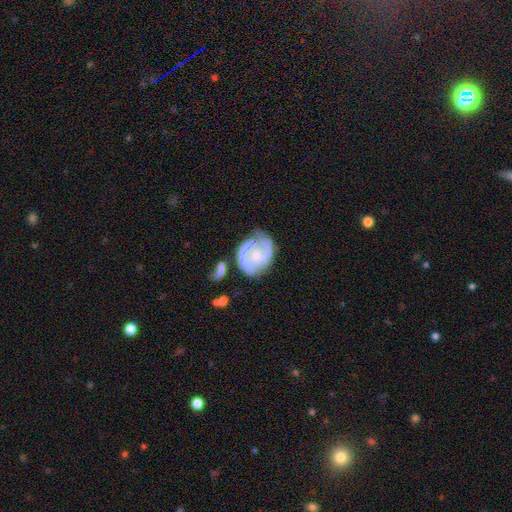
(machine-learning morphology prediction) The model was most divided on "spiral winding": tight: 47%, medium: 39%, loose: 15%. Remaining: edge-on disk — no (98%); spiral arms — yes (82%); smooth or featured — featured or disk (77%); bar — no (68%); spiral arm count — 2 (54%); merging — none (53%); bulge size — small (50%).